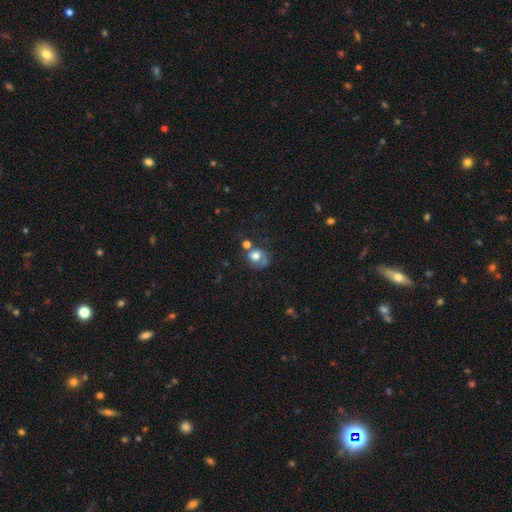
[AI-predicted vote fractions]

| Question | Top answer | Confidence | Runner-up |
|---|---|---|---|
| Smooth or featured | smooth | 64% | featured or disk (25%) |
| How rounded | round | 69% | in between (30%) |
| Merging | none | 38% | merger (21%) |